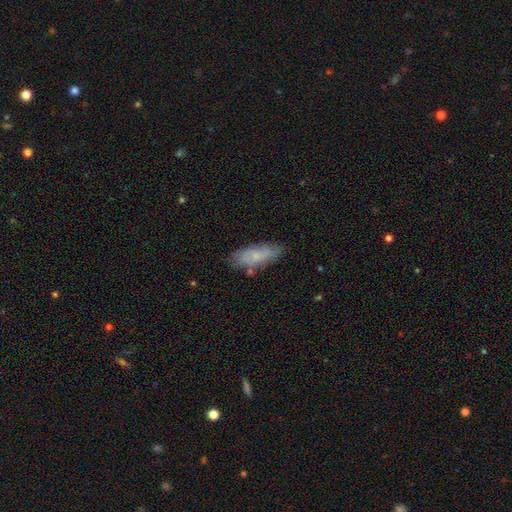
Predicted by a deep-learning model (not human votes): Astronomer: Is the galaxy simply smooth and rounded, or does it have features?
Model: smooth — 67%.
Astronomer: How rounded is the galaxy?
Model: in between — 66%.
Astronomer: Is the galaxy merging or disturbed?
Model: none — 75%.